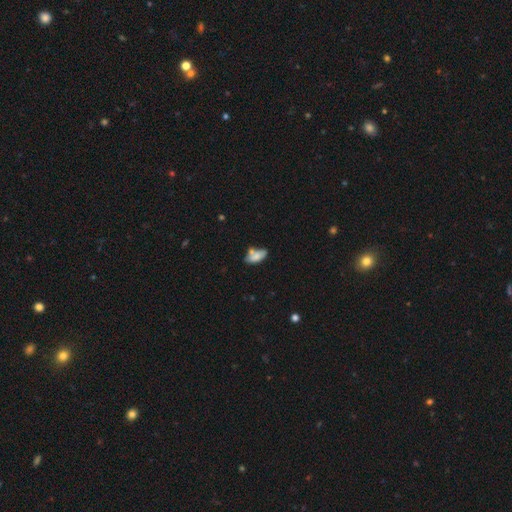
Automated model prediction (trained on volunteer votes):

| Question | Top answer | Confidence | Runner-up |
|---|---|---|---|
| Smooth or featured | smooth | 72% | featured or disk (19%) |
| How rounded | in between | 86% | cigar-shaped (11%) |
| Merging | none | 46% | merger (26%) |